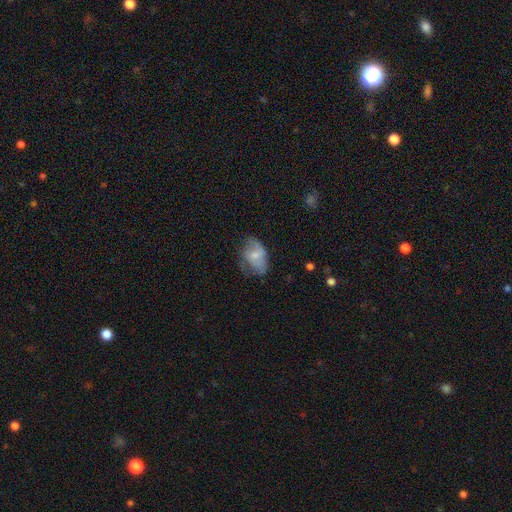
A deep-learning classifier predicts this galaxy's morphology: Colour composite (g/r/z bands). It shows a smooth galaxy with no disk features (52%) that is in between round and cigar-shaped (81%). Merging: none (42%).